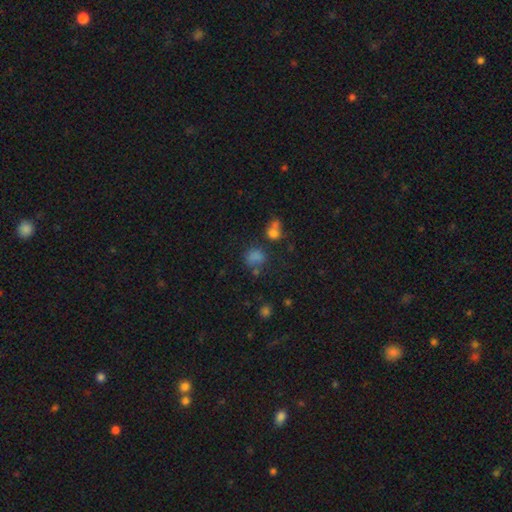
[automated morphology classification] smooth_or_featured: smooth (p=0.66) [alt: star or artifact p=0.24]
how_rounded: round (p=0.63) [alt: in between p=0.36]
merging: none (p=0.51) [alt: merger p=0.23]